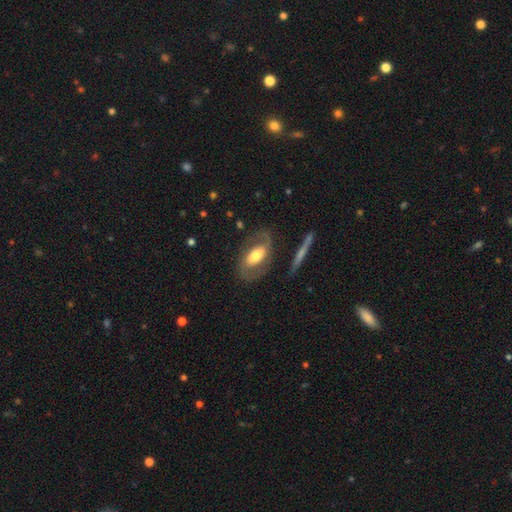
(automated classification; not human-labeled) Smooth or featured? Predicted: featured or disk (p=0.70). Edge-on disk? Predicted: no (p=0.93). Bar? Predicted: no (p=0.36). Spiral arms? Predicted: yes (p=0.84). Spiral winding? Predicted: medium (p=0.50). Spiral arm count? Predicted: 2 (p=0.86). Bulge size? Predicted: moderate (p=0.58). Merging? Predicted: none (p=0.74).